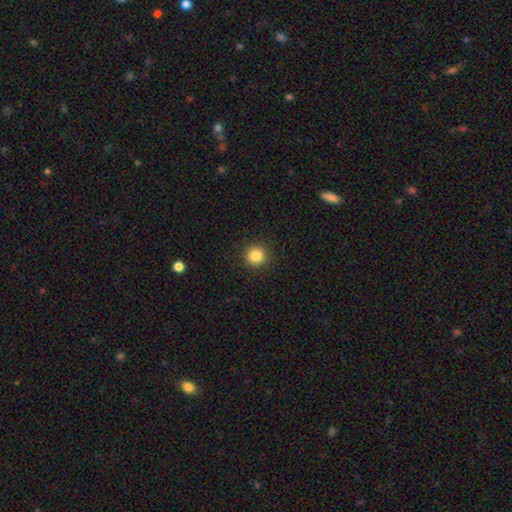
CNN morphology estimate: This appears to be a smooth galaxy with no disk features (84%) that is round (93%). Merging: none (92%).